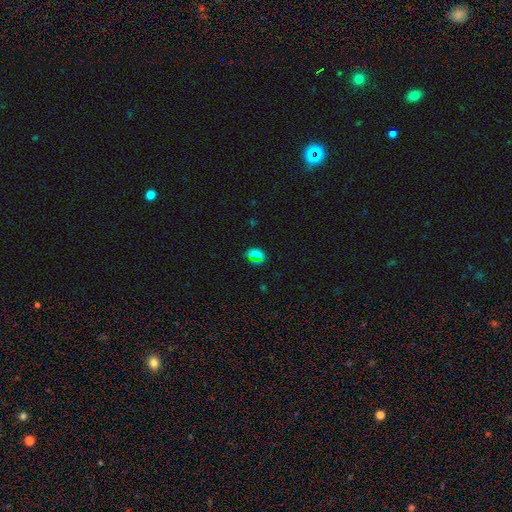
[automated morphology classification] Overall: smooth (61%; star or artifact 27%). How rounded: in between (68%; round 29%). Merging: none (71%).